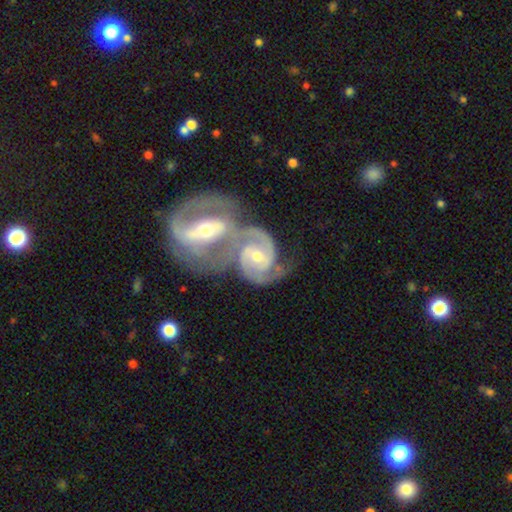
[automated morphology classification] Smooth or featured?
  - featured or disk: 92% *
  - smooth: 5%
  - star or artifact: 4%
Edge-on disk?
  - no: 97% *
  - yes: 3%
Bar?
  - weak: 41% *
  - strong: 29%
  - no: 29%
Spiral arms?
  - yes: 98% *
  - no: 2%
Spiral winding?
  - medium: 54% *
  - tight: 36%
  - loose: 9%
Spiral arm count?
  - 2: 86% *
  - 3: 6%
  - can't tell: 4%
  - 1: 2%
  - 4: 1%
  - more than 4: 1%
Bulge size?
  - moderate: 55% *
  - small: 41%
  - large: 2%
  - none: 1%
  - dominant: 1%
Merging?
  - merger: 72% *
  - none: 17%
  - minor disturbance: 7%
  - major disturbance: 4%